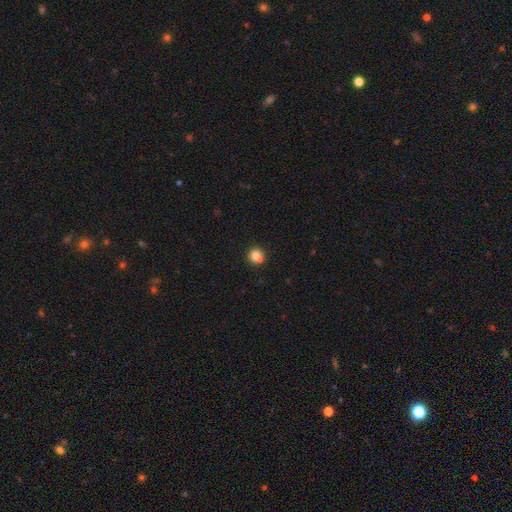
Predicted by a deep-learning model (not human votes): smooth 81%, star or artifact 11%, featured or disk 8%. Down the decision tree: how rounded — round (90%); merging — none (73%).